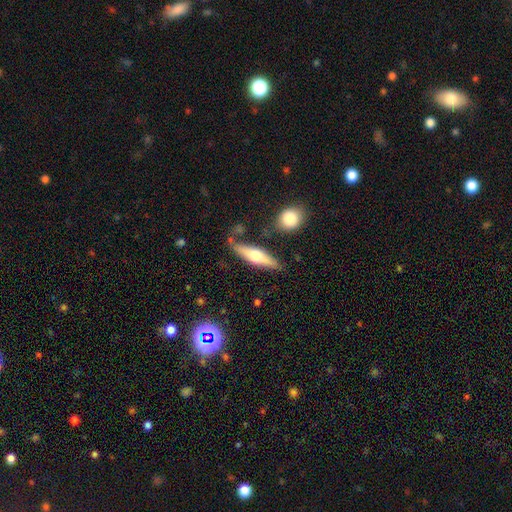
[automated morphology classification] This is possibly a smooth galaxy (48%). Merging: likely none (71%).